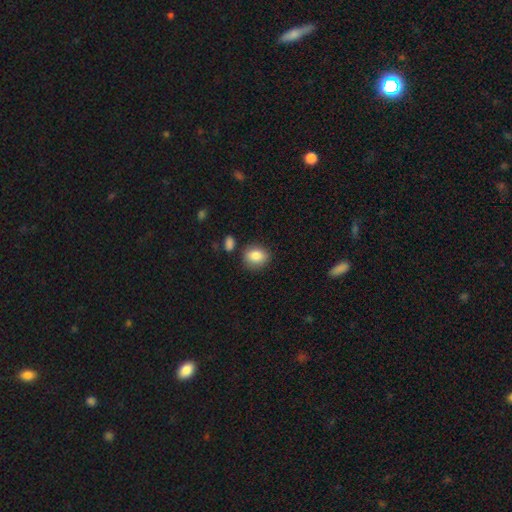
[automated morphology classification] Smooth or featured? Predicted: smooth (p=0.85). How rounded? Predicted: round (p=0.53). Merging? Predicted: none (p=0.79).